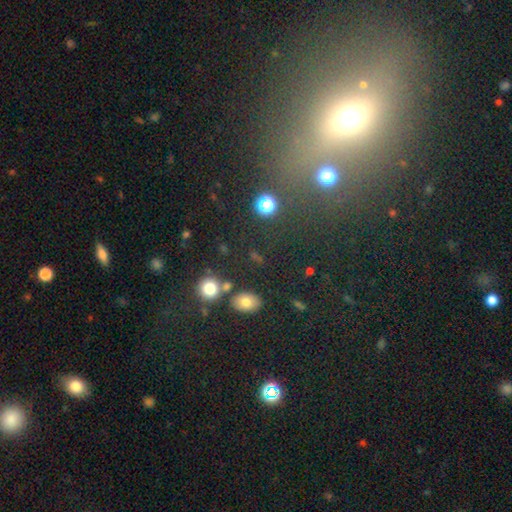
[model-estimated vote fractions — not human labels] Smooth or featured: smooth — 64% (star or artifact — 26%)
How rounded: in between — 49% (round — 48%)
Merging: none — 81% (minor disturbance — 9%)